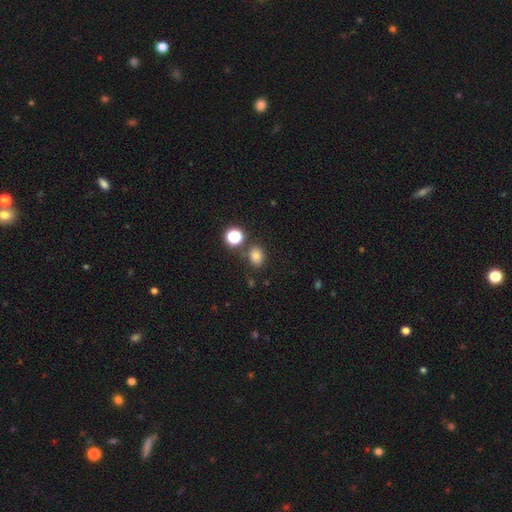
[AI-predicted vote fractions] The model was most divided on "how rounded": in between: 58%, round: 41%, cigar-shaped: 1%. More confident: smooth or featured — smooth (76%); merging — none (75%).